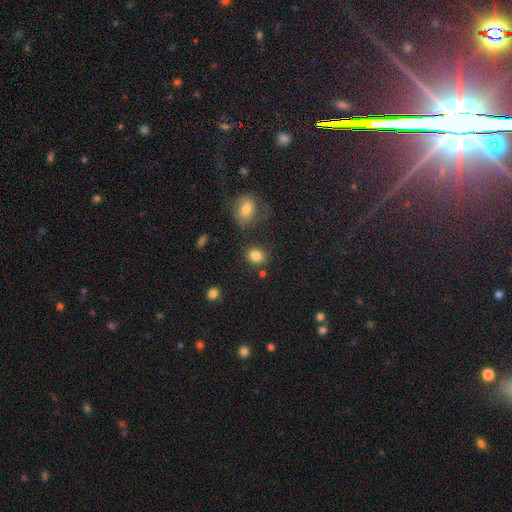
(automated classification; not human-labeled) Smooth or featured? Predicted: smooth (p=0.84). How rounded? Predicted: round (p=0.60). Merging? Predicted: none (p=0.78).